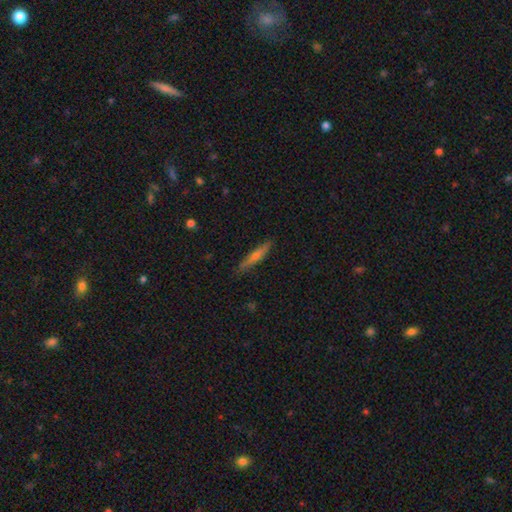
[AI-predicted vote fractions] smooth 48%, featured or disk 45%, star or artifact 7%. Down the decision tree: merging — none (88%).